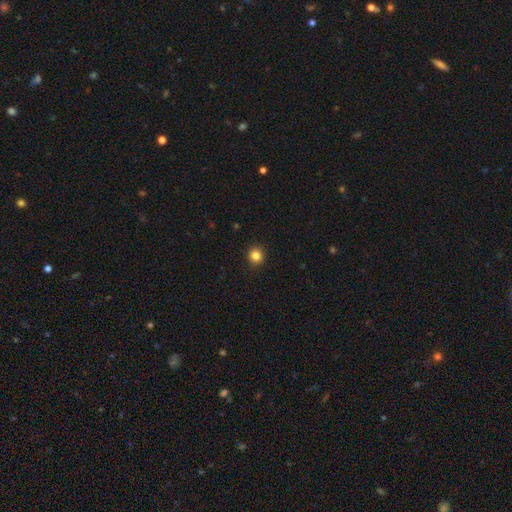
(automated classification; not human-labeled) Smooth or featured? Predicted: smooth (p=0.84). How rounded? Predicted: round (p=0.93). Merging? Predicted: none (p=0.93).